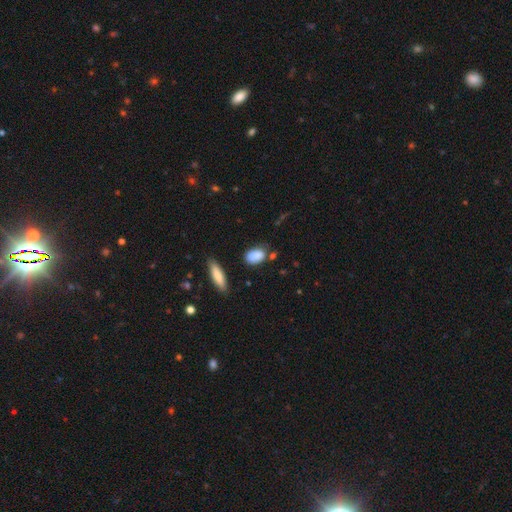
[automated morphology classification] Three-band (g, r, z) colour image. It shows a smooth galaxy with no disk features (87%) that is in between round and cigar-shaped (85%). Merging: none (67%).